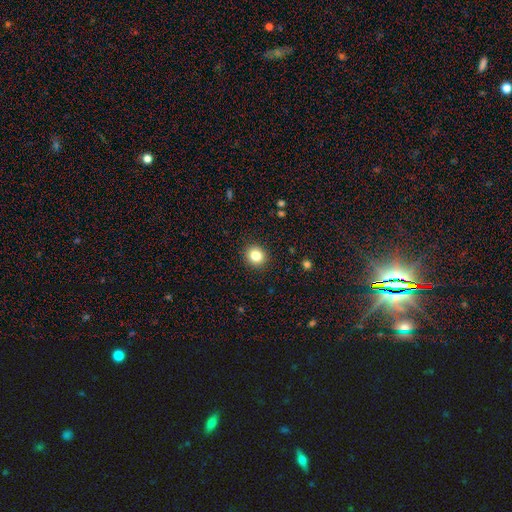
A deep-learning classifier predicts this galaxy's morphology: A smooth galaxy with no disk features (83%) that is round (80%). Merging: none (91%).